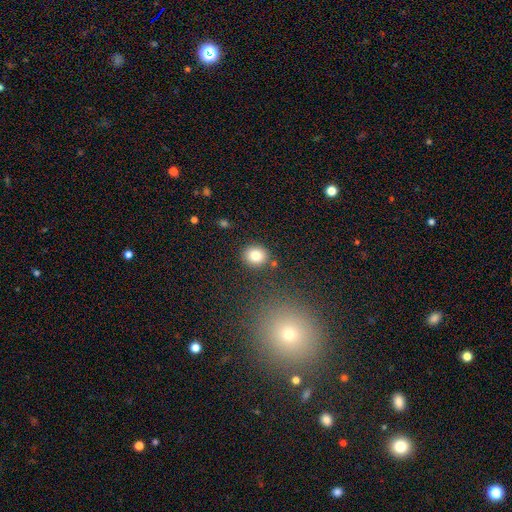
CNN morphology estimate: A smooth galaxy with no disk features (82%) that is round (73%).

Vote fractions:
- Smooth or featured? smooth: 82% / star or artifact: 10% / featured or disk: 7%
- How rounded? round: 73% / in between: 26% / cigar-shaped: 1%
- Merging? none: 84% / minor disturbance: 9% / merger: 5% / major disturbance: 3%